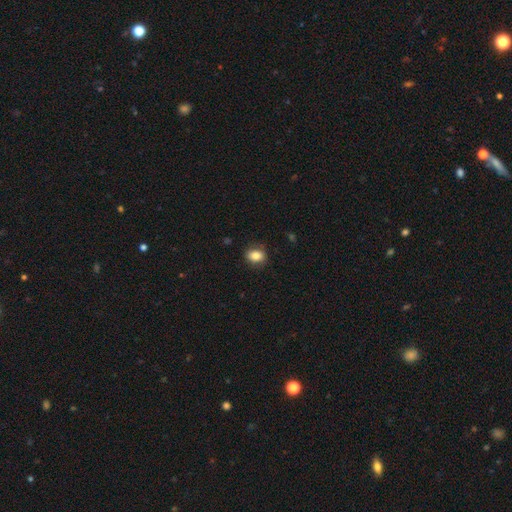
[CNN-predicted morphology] Smooth or featured? smooth (82%)
How rounded? in between (60%)
Merging? none (82%)